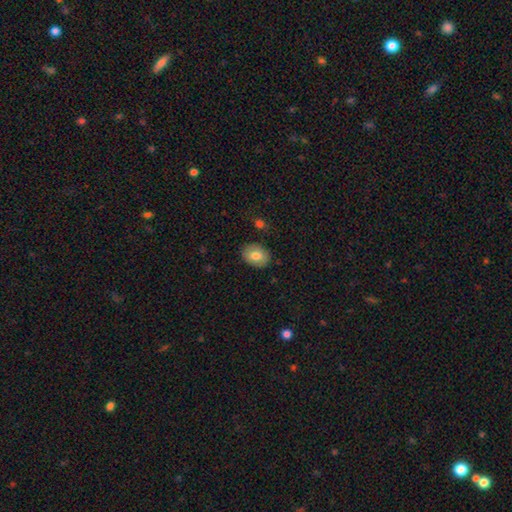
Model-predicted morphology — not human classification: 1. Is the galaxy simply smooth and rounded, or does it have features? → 81% smooth, 12% featured or disk, 7% star or artifact.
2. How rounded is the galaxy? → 69% in between, 30% round, 1% cigar-shaped.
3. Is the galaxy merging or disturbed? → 85% none, 11% minor disturbance, 2% major disturbance, 2% merger.